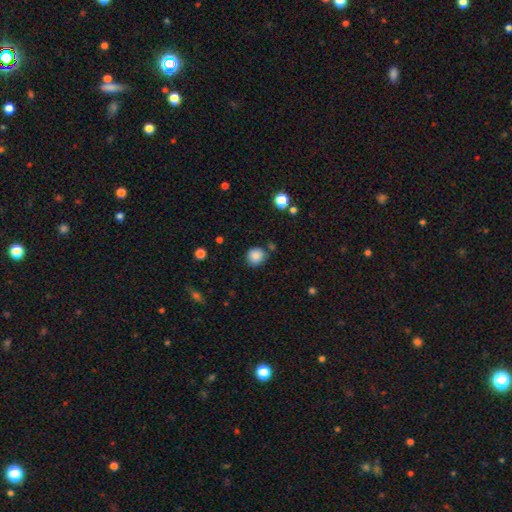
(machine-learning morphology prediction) type=smooth (85%); roundness=round (87%); merging=none (80%).